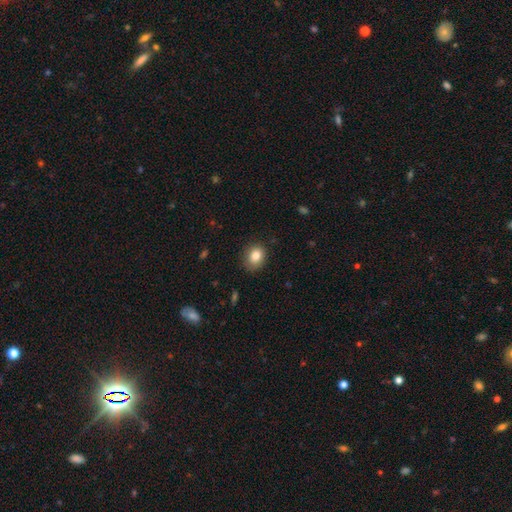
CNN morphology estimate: Q: Smooth or featured?
A: smooth (83%); runner-up: star or artifact (9%)
Q: How rounded?
A: round (53%); runner-up: in between (46%)
Q: Merging?
A: none (81%); runner-up: minor disturbance (15%)